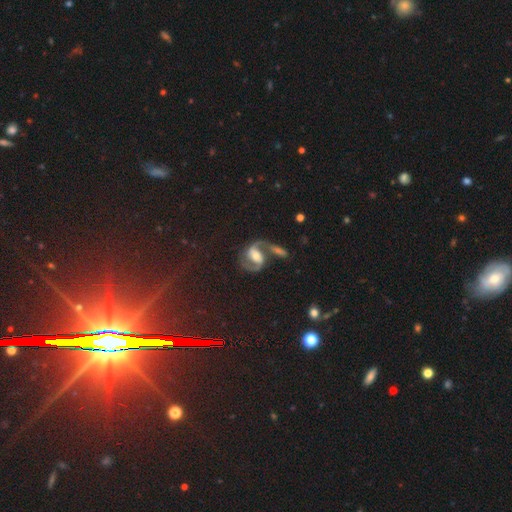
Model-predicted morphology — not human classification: Smooth or featured? Predicted: featured or disk (p=0.79). Edge-on disk? Predicted: no (p=0.96). Bar? Predicted: weak (p=0.39). Spiral arms? Predicted: yes (p=0.93). Spiral winding? Predicted: medium (p=0.55). Spiral arm count? Predicted: 2 (p=0.91). Bulge size? Predicted: moderate (p=0.60). Merging? Predicted: none (p=0.53).